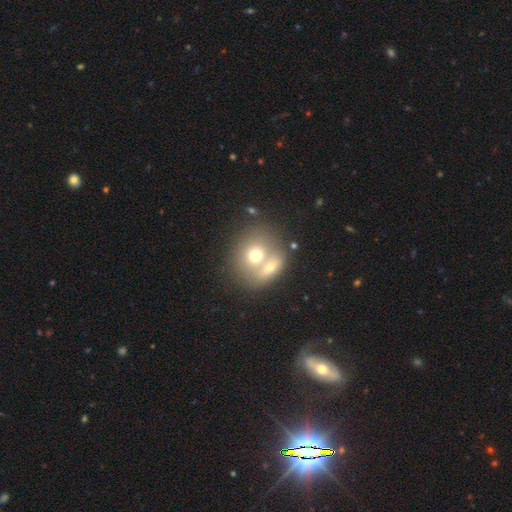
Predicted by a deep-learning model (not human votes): Overall: smooth (64%; featured or disk 25%). How rounded: round (66%; in between 33%). Merging: merger (59%; none 30%).